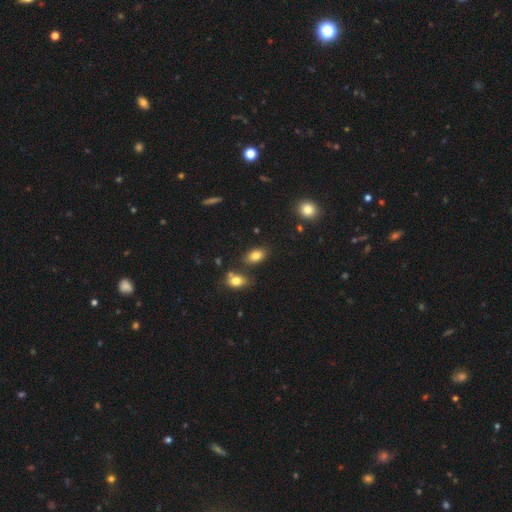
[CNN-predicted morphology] This appears to be a smooth galaxy with no disk features (82%) that is in between round and cigar-shaped (87%). Merging: none (77%).